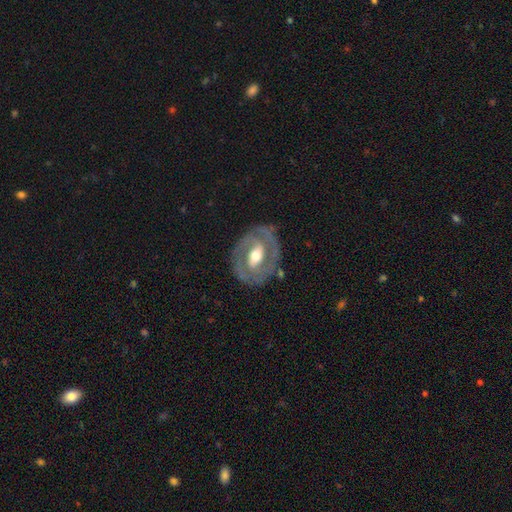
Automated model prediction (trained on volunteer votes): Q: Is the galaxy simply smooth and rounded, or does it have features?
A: featured or disk — 77%.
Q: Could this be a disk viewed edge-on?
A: no — 95%.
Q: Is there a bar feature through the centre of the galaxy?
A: weak — 38%.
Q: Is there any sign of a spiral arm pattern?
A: yes — 69%.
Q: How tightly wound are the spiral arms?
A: tight — 53%.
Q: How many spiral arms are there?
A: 2 — 73%.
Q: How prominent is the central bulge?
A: moderate — 69%.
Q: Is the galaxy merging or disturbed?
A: none — 77%.